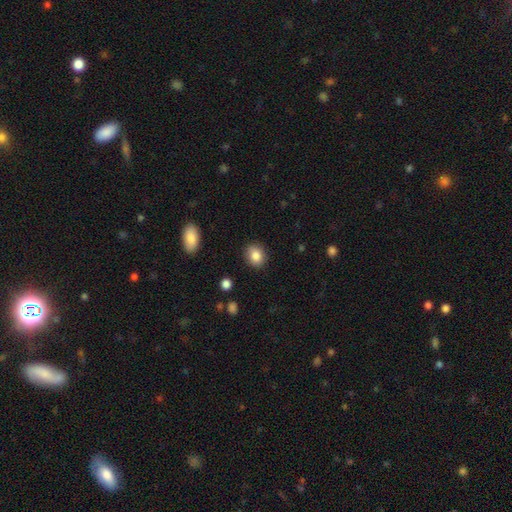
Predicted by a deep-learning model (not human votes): Morphology: type=smooth (85%); roundness=round (62%); merging=none (88%).